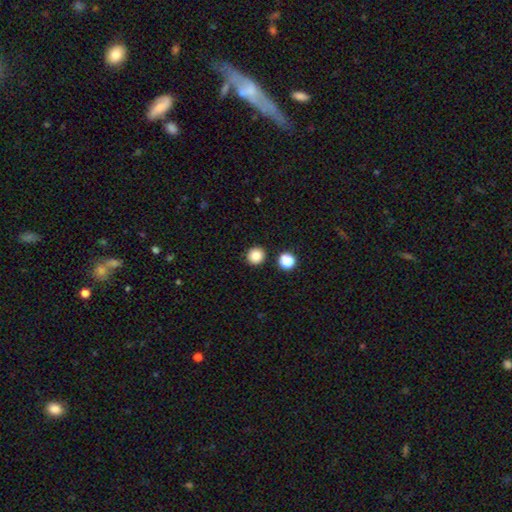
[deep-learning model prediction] Smooth or featured: smooth — 85% (star or artifact — 11%)
How rounded: round — 94% (in between — 5%)
Merging: none — 90% (minor disturbance — 5%)